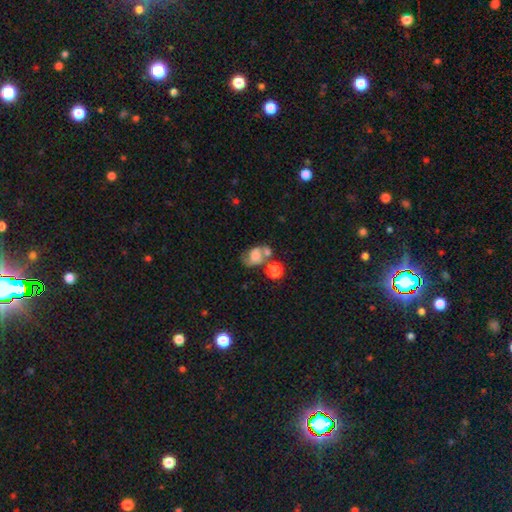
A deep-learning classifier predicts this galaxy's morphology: A smooth galaxy with no disk features (56%) that is in between round and cigar-shaped (63%).

Vote fractions:
- Smooth or featured? smooth: 56% / featured or disk: 32% / star or artifact: 12%
- How rounded? in between: 63% / round: 36% / cigar-shaped: 1%
- Merging? merger: 34% / none: 32% / minor disturbance: 18% / major disturbance: 15%